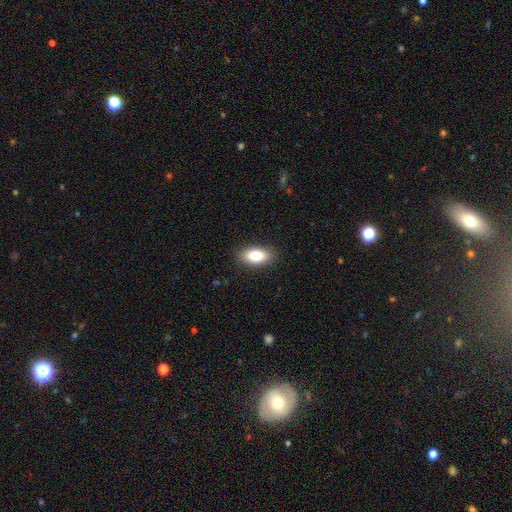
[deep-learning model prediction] smooth 81%, featured or disk 12%, star or artifact 8%. Down the decision tree: how rounded — in between (88%); merging — none (88%).